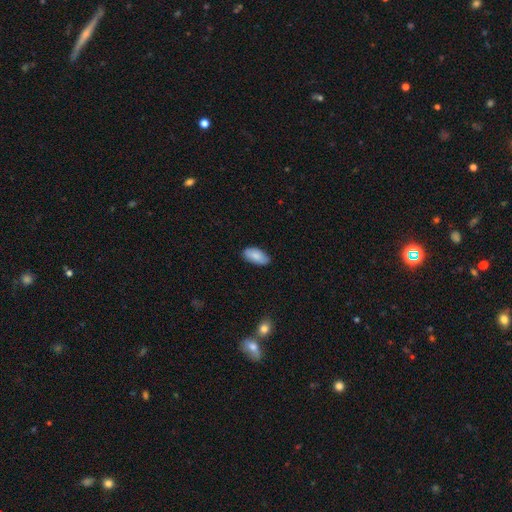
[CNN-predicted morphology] Smooth or featured? smooth (86%)
How rounded? in between (93%)
Merging? none (84%)